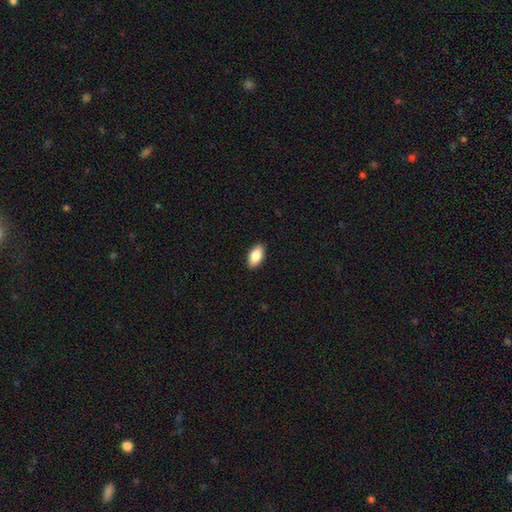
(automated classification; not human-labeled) Smooth or featured? Predicted: smooth (p=0.86). How rounded? Predicted: in between (p=0.93). Merging? Predicted: none (p=0.90).